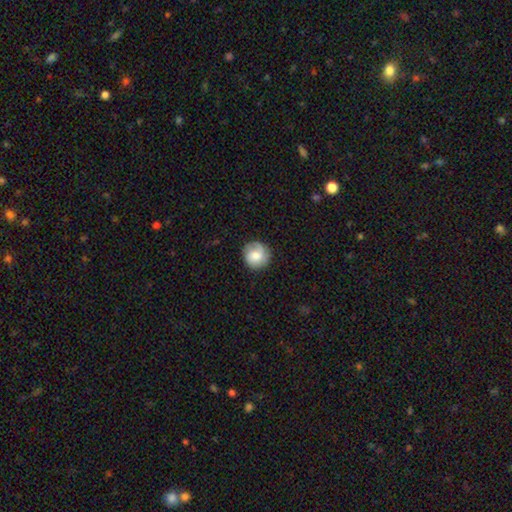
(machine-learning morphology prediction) This is likely a smooth galaxy (67%). How rounded: clearly round (92%). Merging: clearly none (81%).